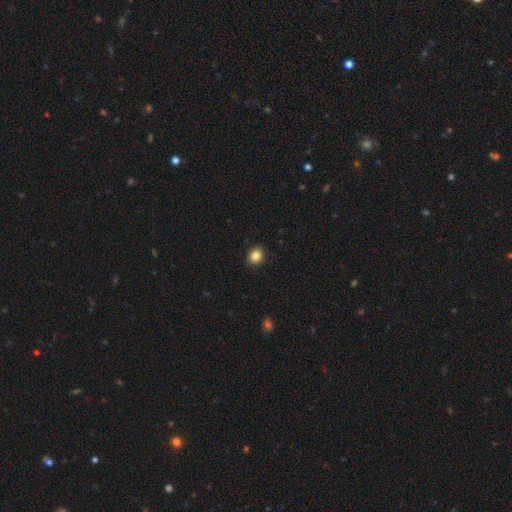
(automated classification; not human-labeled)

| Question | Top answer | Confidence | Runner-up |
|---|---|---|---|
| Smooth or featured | smooth | 85% | star or artifact (10%) |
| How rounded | round | 74% | in between (25%) |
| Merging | none | 91% | minor disturbance (6%) |